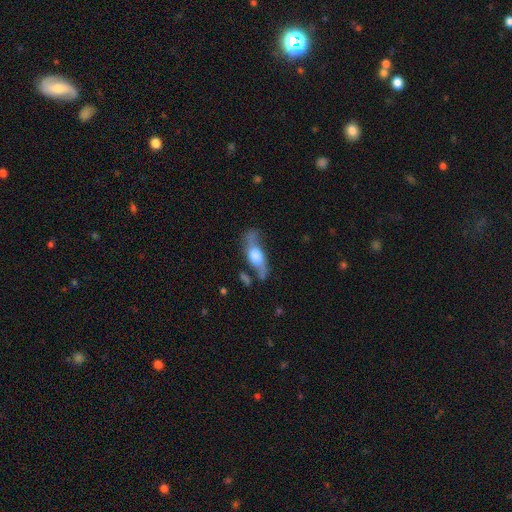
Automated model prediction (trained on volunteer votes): A featured or disk galaxy (60%) viewed edge-on (54%). Merging: none (57%).